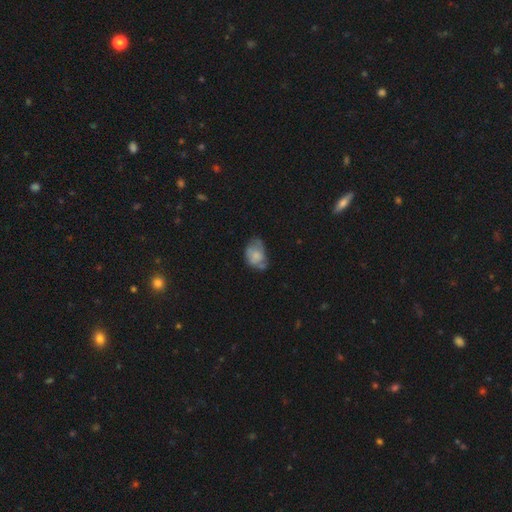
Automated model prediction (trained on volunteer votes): This appears to be a smooth galaxy with no disk features (56%) that is in between round and cigar-shaped (77%). Merging: none (38%).